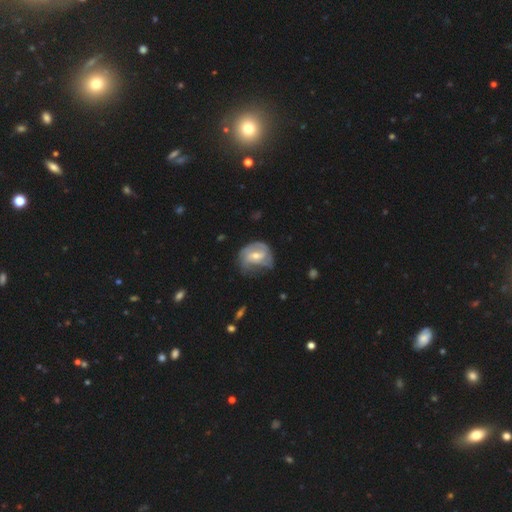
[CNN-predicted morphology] Q: Smooth or featured?
A: featured or disk (61%); runner-up: smooth (32%)
Q: Edge-on disk?
A: no (97%); runner-up: yes (3%)
Q: Bar?
A: no (44%); runner-up: weak (42%)
Q: Spiral arms?
A: yes (70%); runner-up: no (30%)
Q: Bulge size?
A: moderate (54%); runner-up: small (41%)
Q: Merging?
A: none (44%); runner-up: minor disturbance (33%)